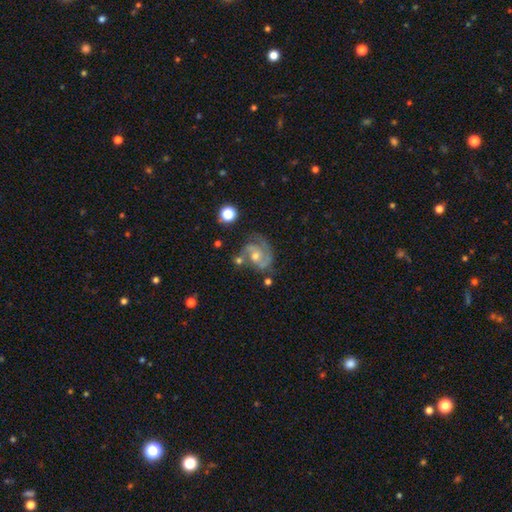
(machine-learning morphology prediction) This is clearly a featured or disk galaxy (82%). It is clearly not viewed edge-on (98%). Bar: likely no (61%). Spiral arm pattern: clearly yes (95%). Spiral arm count: likely 2 (72%). Spiral winding: possibly medium (52%). Central bulge: possibly moderate (57%). Merging: possibly none (52%).